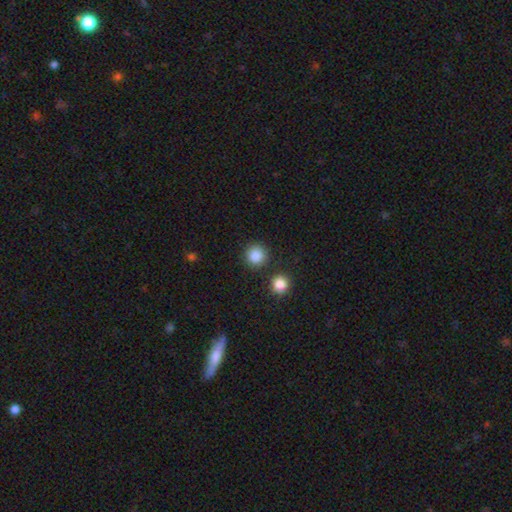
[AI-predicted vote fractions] Q: Smooth or featured?
A: smooth (87%); runner-up: star or artifact (10%)
Q: How rounded?
A: round (94%); runner-up: in between (5%)
Q: Merging?
A: none (86%); runner-up: minor disturbance (7%)